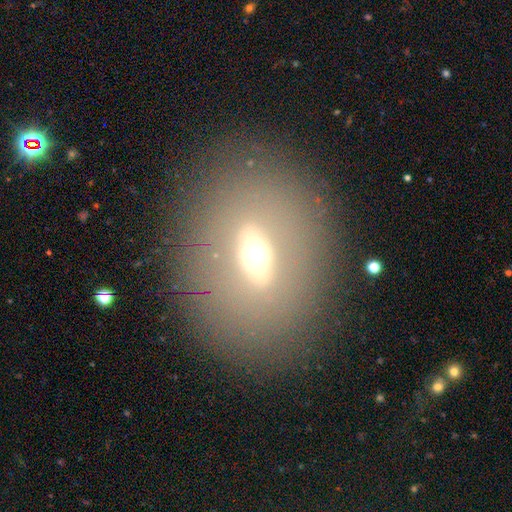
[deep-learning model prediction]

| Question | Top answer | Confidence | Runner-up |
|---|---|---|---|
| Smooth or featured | featured or disk | 44% | smooth (42%) |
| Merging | none | 84% | minor disturbance (9%) |